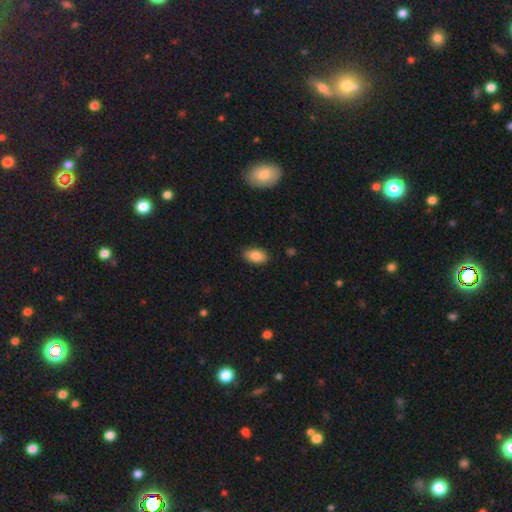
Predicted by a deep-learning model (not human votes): smooth 87%, star or artifact 7%, featured or disk 5%. Down the decision tree: how rounded — in between (93%); merging — none (87%).